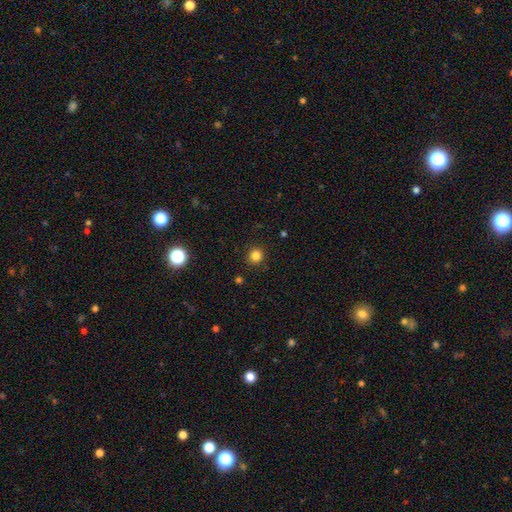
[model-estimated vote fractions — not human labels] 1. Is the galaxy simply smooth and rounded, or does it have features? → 82% smooth, 14% star or artifact, 4% featured or disk.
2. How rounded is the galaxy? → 92% round, 7% in between, 1% cigar-shaped.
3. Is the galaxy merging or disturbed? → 91% none, 6% minor disturbance, 2% major disturbance, 1% merger.